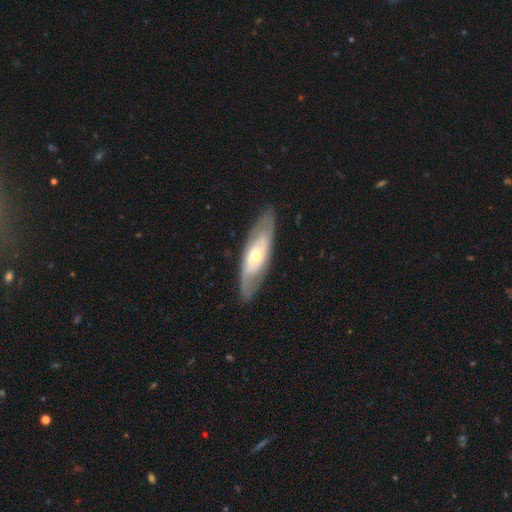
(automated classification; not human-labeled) Smooth or featured? featured or disk (69%)
Edge-on disk? no (75%)
Bar? no (71%)
Spiral arms? yes (65%)
Bulge size? moderate (50%)
Merging? none (83%)